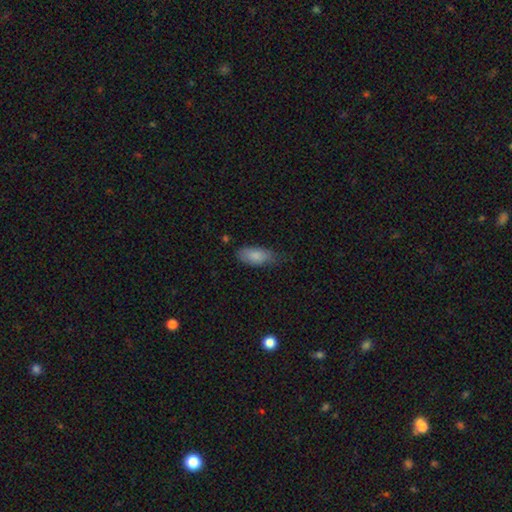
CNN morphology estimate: Smooth or featured? smooth (86%)
How rounded? in between (89%)
Merging? none (62%)